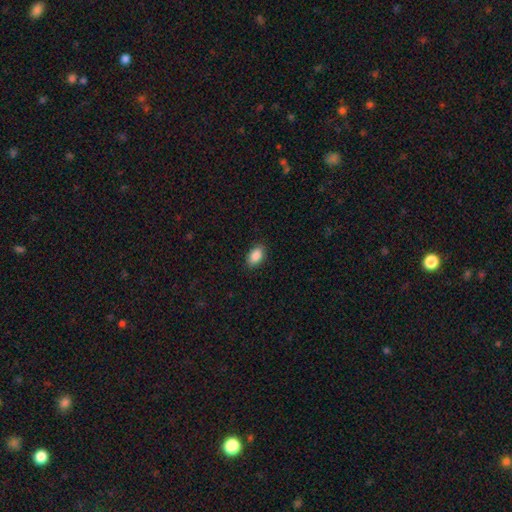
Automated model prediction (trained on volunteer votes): Smooth or featured? smooth (89%)
How rounded? in between (91%)
Merging? none (88%)